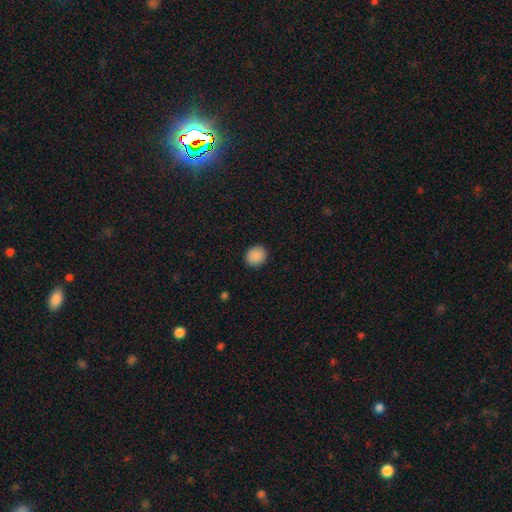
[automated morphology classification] This is clearly a smooth galaxy (89%). How rounded: likely round (78%). Merging: clearly none (91%).